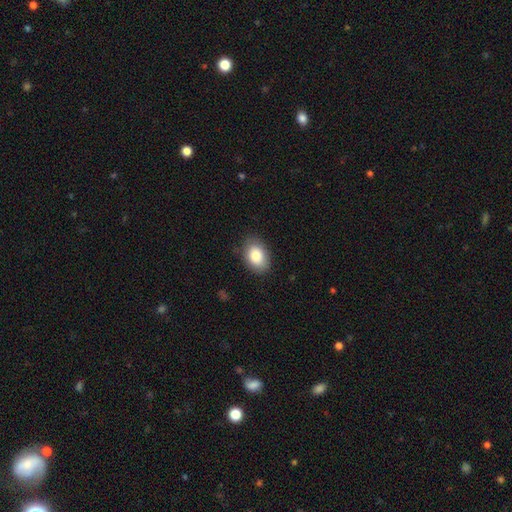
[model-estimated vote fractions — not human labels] Q: Smooth or featured?
A: smooth (85%); runner-up: featured or disk (8%)
Q: How rounded?
A: in between (83%); runner-up: round (16%)
Q: Merging?
A: none (84%); runner-up: minor disturbance (12%)